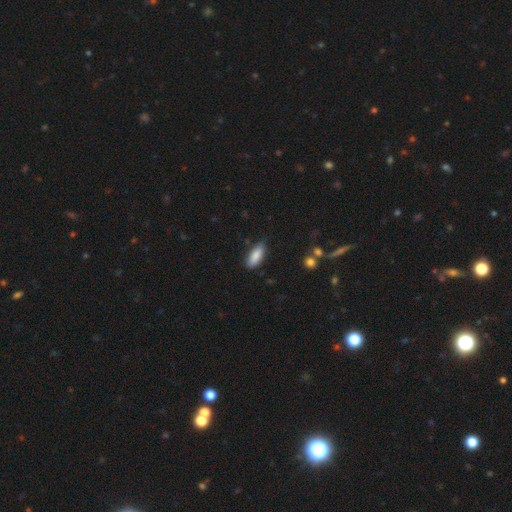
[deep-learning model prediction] Smooth or featured?
  - smooth: 85% *
  - featured or disk: 8%
  - star or artifact: 6%
How rounded?
  - in between: 77% *
  - cigar-shaped: 21%
  - round: 2%
Merging?
  - none: 77% *
  - minor disturbance: 18%
  - major disturbance: 3%
  - merger: 2%